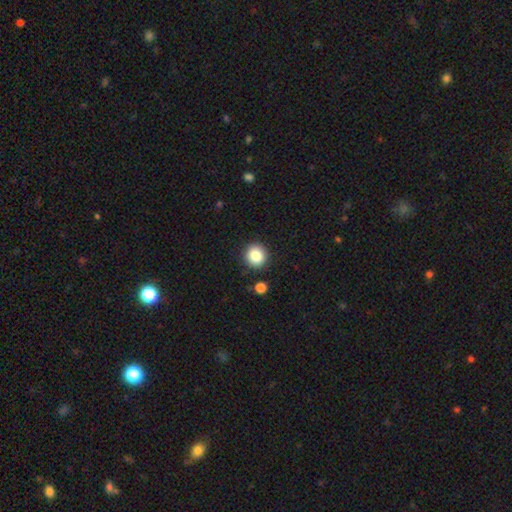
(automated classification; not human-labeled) The model was most divided on "smooth or featured": smooth: 86%, star or artifact: 10%, featured or disk: 4%. More confident: how rounded — round (89%); merging — none (88%).